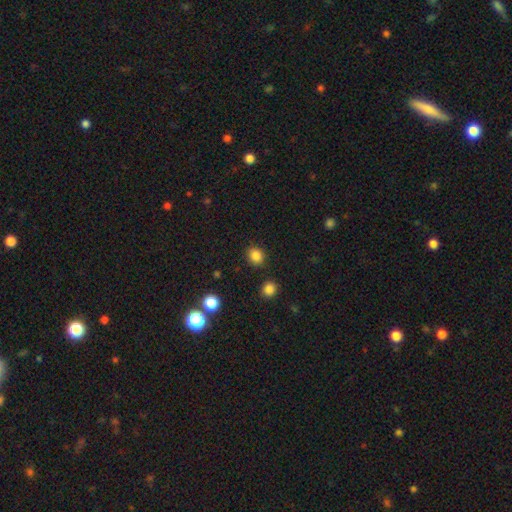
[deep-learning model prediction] Overall: smooth (85%). How rounded: round (75%). Merging: none (88%).